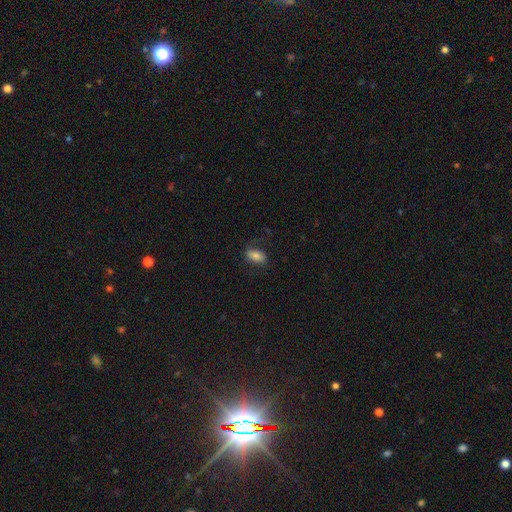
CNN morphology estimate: smooth-or-featured: smooth: 74% | featured or disk: 17% | star or artifact: 9%
  how-rounded: in between: 88% | cigar-shaped: 6% | round: 6%
  merging: none: 72% | minor disturbance: 18% | major disturbance: 8% | merger: 1%